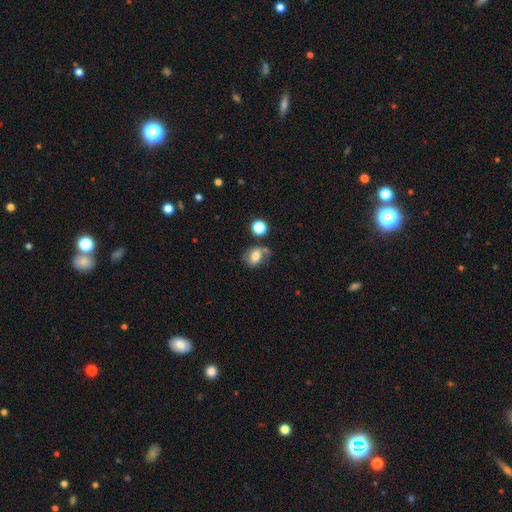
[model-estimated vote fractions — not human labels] Smooth or featured?
  - smooth: 65% *
  - featured or disk: 23%
  - star or artifact: 11%
How rounded?
  - in between: 65% *
  - round: 34%
  - cigar-shaped: 1%
Merging?
  - none: 47% *
  - minor disturbance: 24%
  - merger: 15%
  - major disturbance: 14%